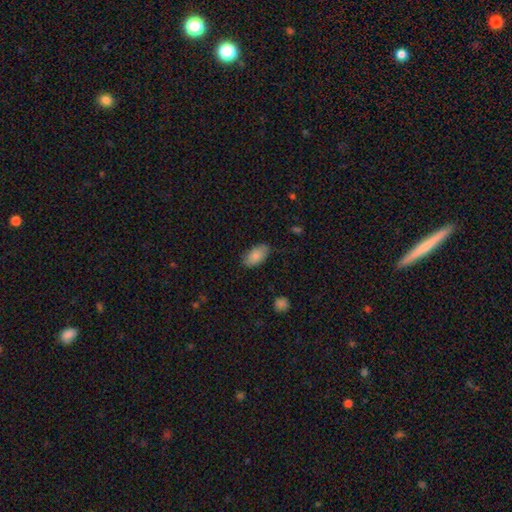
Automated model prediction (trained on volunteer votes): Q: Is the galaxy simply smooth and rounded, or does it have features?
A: smooth — 85%.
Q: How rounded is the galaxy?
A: in between — 94%.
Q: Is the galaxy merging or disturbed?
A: none — 82%.